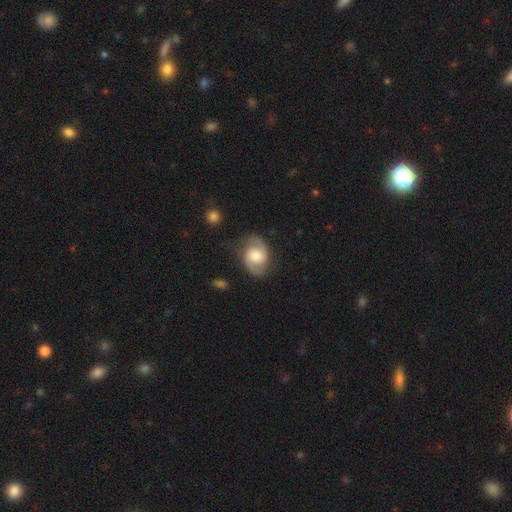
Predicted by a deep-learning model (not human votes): Q: Smooth or featured?
A: featured or disk (65%); runner-up: smooth (28%)
Q: Edge-on disk?
A: no (97%); runner-up: yes (3%)
Q: Bar?
A: no (60%); runner-up: weak (34%)
Q: Spiral arms?
A: yes (90%); runner-up: no (10%)
Q: Spiral winding?
A: medium (49%); runner-up: loose (30%)
Q: Spiral arm count?
A: 2 (89%); runner-up: can't tell (6%)
Q: Bulge size?
A: moderate (58%); runner-up: large (21%)
Q: Merging?
A: none (70%); runner-up: minor disturbance (20%)